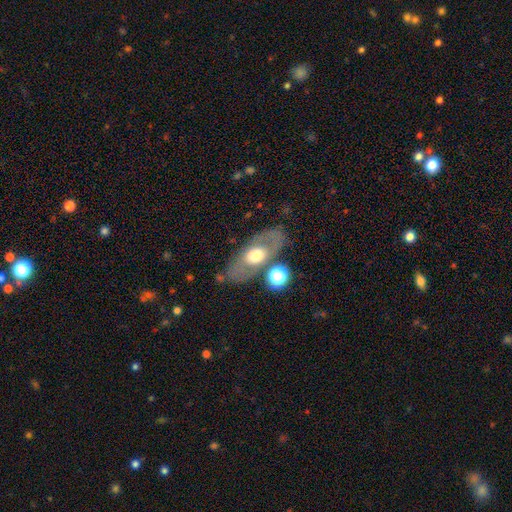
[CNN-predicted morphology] Overall: featured or disk (48%; smooth 44%). Merging: none (72%).